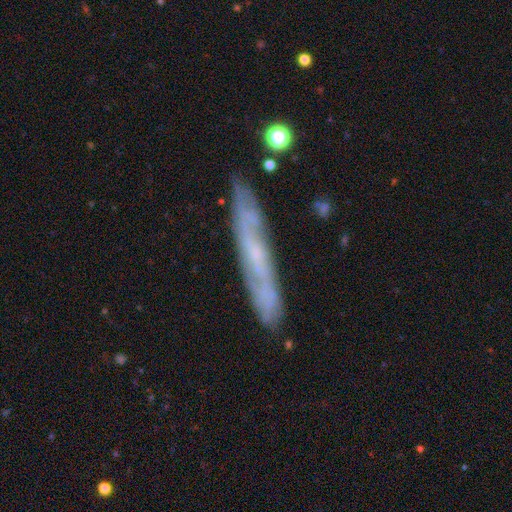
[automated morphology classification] type=featured or disk (65%); edge-on=yes (63%); merging=none (82%).